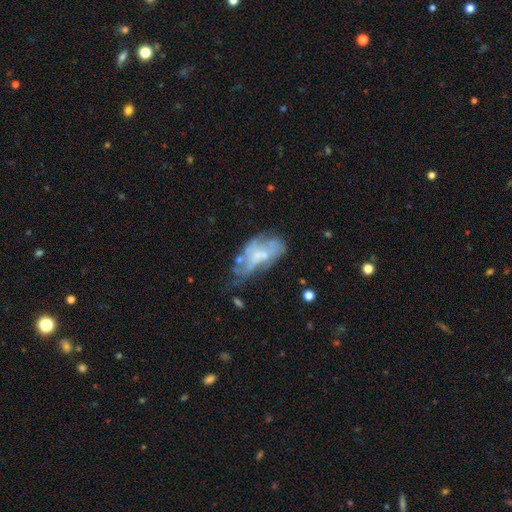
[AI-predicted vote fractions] Overall: featured or disk (56%; smooth 32%). Edge-on disk: no (92%). Bar: no (70%). Spiral arms: no (65%; yes 35%). Bulge size: small (40%; moderate 29%). Merging: major disturbance (31%; none 30%).